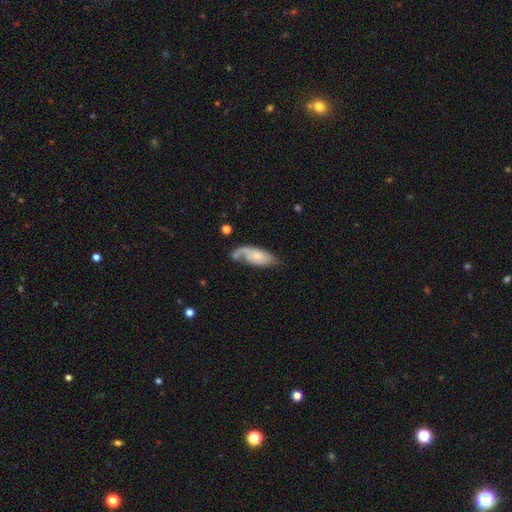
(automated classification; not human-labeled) Smooth or featured?
  - featured or disk: 54% *
  - smooth: 40%
  - star or artifact: 6%
Edge-on disk?
  - no: 88% *
  - yes: 12%
Merging?
  - none: 42% *
  - minor disturbance: 27%
  - major disturbance: 24%
  - merger: 6%